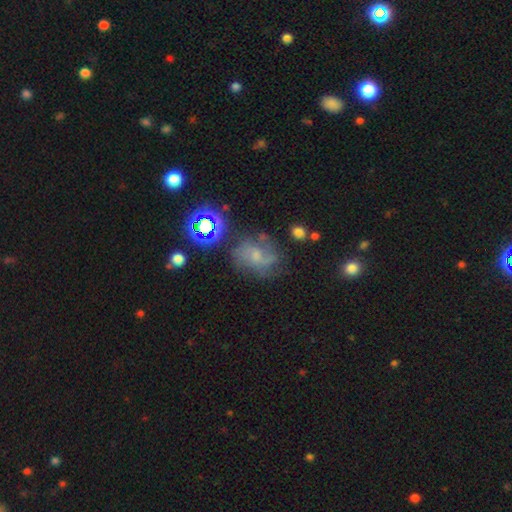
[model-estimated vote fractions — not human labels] Smooth or featured?
  - featured or disk: 53% *
  - smooth: 27%
  - star or artifact: 21%
Edge-on disk?
  - no: 97% *
  - yes: 3%
Bar?
  - no: 61% *
  - weak: 33%
  - strong: 6%
Spiral arms?
  - yes: 82% *
  - no: 18%
Bulge size?
  - small: 56% *
  - moderate: 27%
  - none: 13%
  - large: 3%
  - dominant: 1%
Merging?
  - none: 57% *
  - minor disturbance: 22%
  - major disturbance: 16%
  - merger: 5%